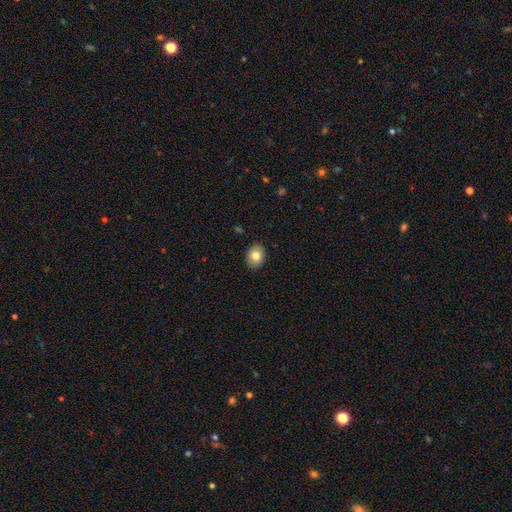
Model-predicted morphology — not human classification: Smooth or featured: smooth — 80% (featured or disk — 12%)
How rounded: in between — 65% (round — 34%)
Merging: none — 90% (minor disturbance — 8%)